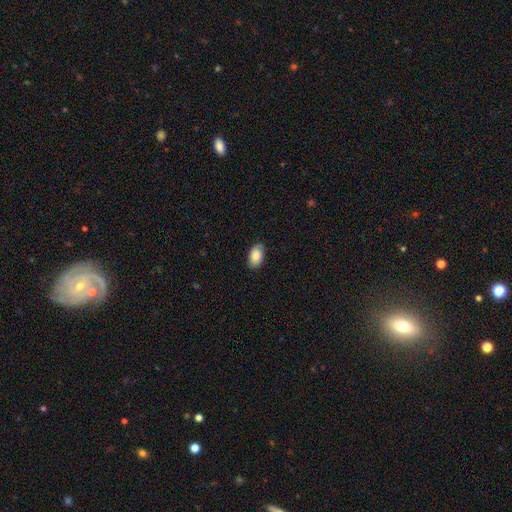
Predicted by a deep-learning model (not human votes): Smooth or featured?
  - smooth: 83% *
  - featured or disk: 10%
  - star or artifact: 7%
How rounded?
  - in between: 94% *
  - round: 5%
  - cigar-shaped: 1%
Merging?
  - none: 84% *
  - minor disturbance: 12%
  - major disturbance: 2%
  - merger: 1%